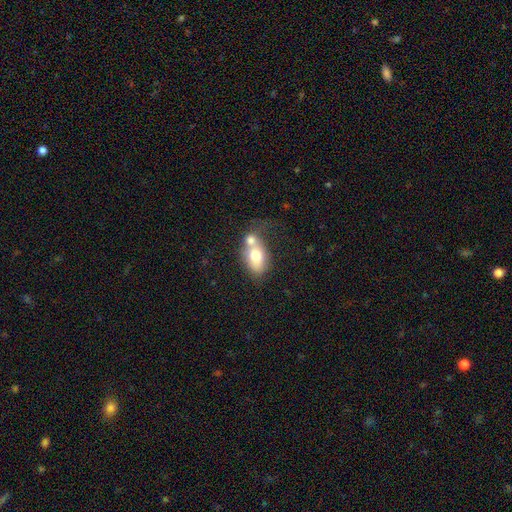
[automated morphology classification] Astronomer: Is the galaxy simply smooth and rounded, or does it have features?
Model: smooth — 69%.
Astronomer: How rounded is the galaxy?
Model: in between — 79%.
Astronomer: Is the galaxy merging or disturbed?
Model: merger — 56%.